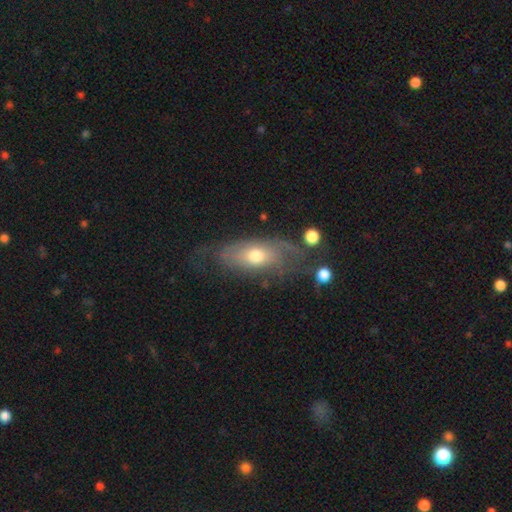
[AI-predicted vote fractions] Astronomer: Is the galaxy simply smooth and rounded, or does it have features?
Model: featured or disk — 51% (runner-up: smooth, 41%).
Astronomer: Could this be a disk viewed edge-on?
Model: no — 81%.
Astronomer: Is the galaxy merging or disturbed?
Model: none — 50% (runner-up: minor disturbance, 26%).